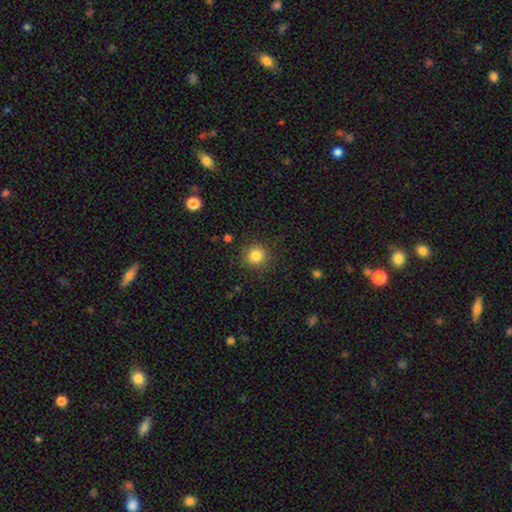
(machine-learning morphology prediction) Overall: smooth (83%). How rounded: round (90%). Merging: none (88%).